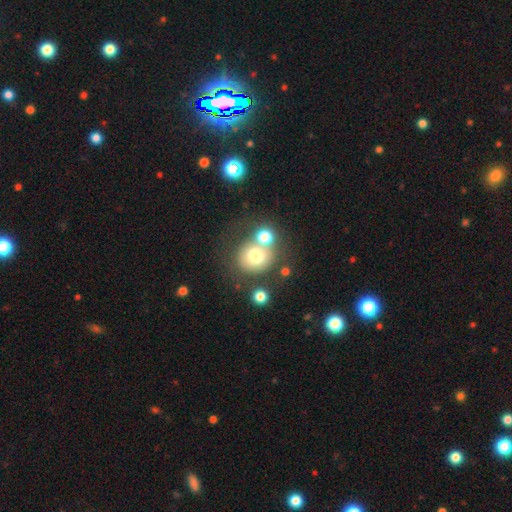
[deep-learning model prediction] Q: Smooth or featured?
A: smooth (70%); runner-up: featured or disk (17%)
Q: How rounded?
A: round (84%); runner-up: in between (15%)
Q: Merging?
A: none (53%); runner-up: merger (29%)